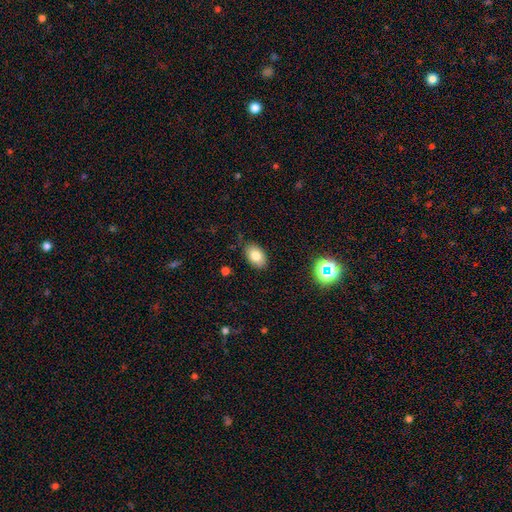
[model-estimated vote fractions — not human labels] Q: Smooth or featured?
A: smooth (79%); runner-up: featured or disk (11%)
Q: How rounded?
A: in between (86%); runner-up: round (13%)
Q: Merging?
A: none (82%); runner-up: minor disturbance (14%)